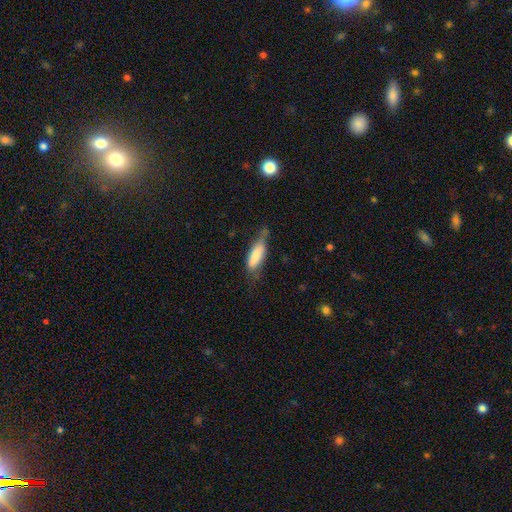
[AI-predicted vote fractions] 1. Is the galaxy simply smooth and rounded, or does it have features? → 74% smooth, 20% featured or disk, 6% star or artifact.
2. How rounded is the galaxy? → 57% in between, 41% cigar-shaped, 2% round.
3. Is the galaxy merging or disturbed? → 40% minor disturbance (tied), 40% none (tied), 16% major disturbance, 4% merger.